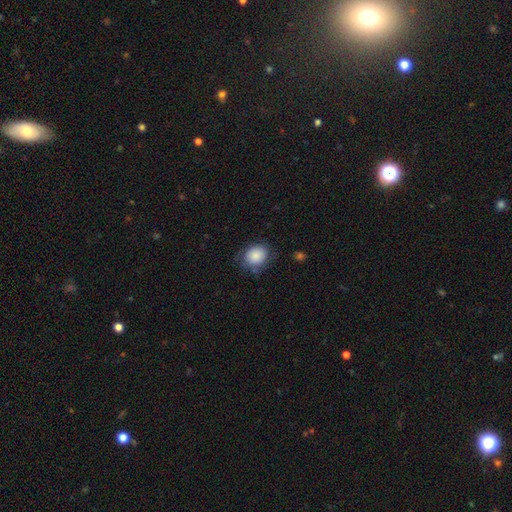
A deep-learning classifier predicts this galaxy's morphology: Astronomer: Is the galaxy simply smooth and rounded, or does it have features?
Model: smooth — 82%.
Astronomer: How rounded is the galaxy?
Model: round — 57% (runner-up: in between, 42%).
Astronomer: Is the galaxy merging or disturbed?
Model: none — 63%.